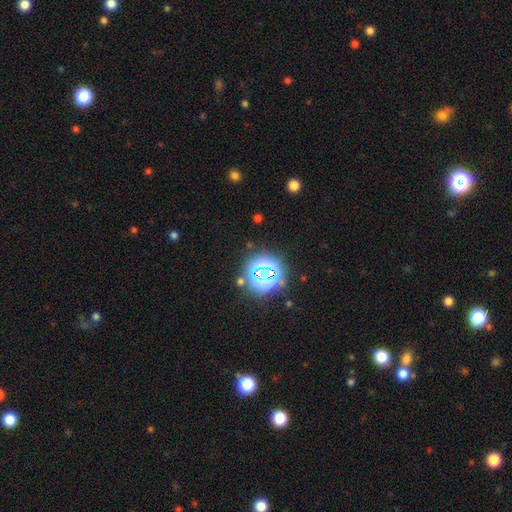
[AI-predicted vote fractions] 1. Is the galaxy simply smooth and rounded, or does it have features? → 73% star or artifact, 21% smooth, 6% featured or disk.